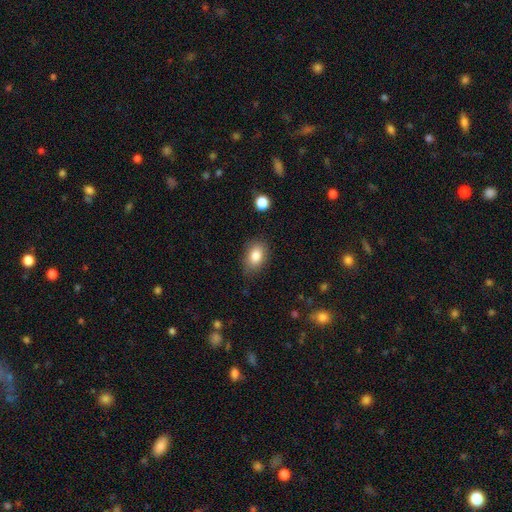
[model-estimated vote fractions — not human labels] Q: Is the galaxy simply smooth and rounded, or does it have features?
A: smooth — 83%.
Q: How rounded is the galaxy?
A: in between — 82%.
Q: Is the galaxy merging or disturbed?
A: none — 80%.